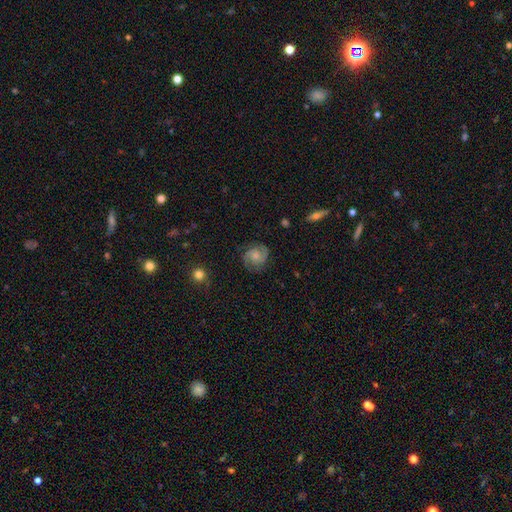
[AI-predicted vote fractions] The model was most divided on "spiral winding": medium: 45%, tight: 44%, loose: 10%. Remaining: edge-on disk — no (98%); spiral arms — yes (96%); spiral arm count — 2 (87%); merging — none (81%); smooth or featured — featured or disk (78%); bar — no (68%); bulge size — small (41%).